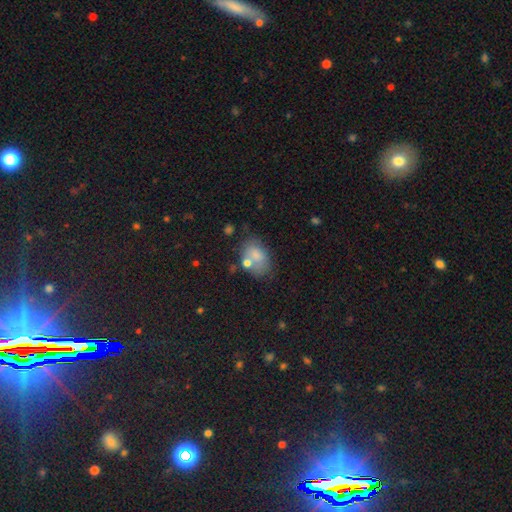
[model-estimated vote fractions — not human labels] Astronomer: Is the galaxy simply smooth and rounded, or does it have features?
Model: smooth — 73%.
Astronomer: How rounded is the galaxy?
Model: in between — 82%.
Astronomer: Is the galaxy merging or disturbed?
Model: none — 49%.